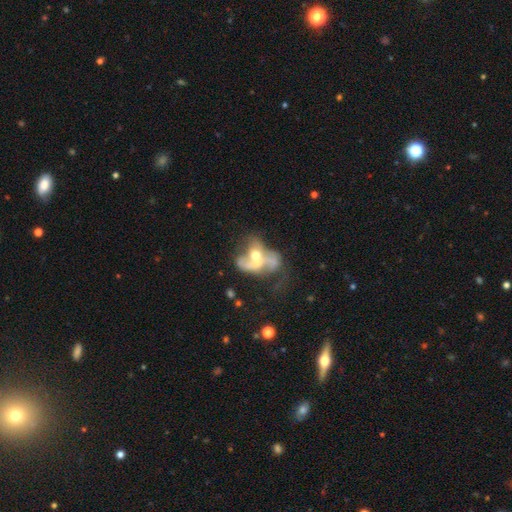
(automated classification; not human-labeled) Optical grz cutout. It shows a featured or disk galaxy (65%) with no bar (74%), no spiral arms (52%) and a moderate central bulge (62%). Merging: merger (52%).